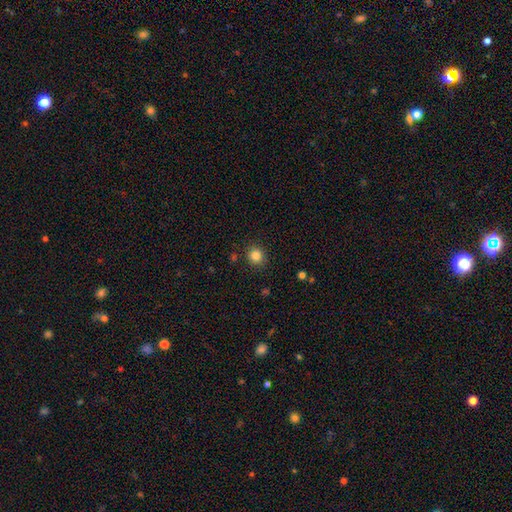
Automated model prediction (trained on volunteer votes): smooth 83%, star or artifact 12%, featured or disk 5%. Down the decision tree: how rounded — round (87%); merging — none (89%).